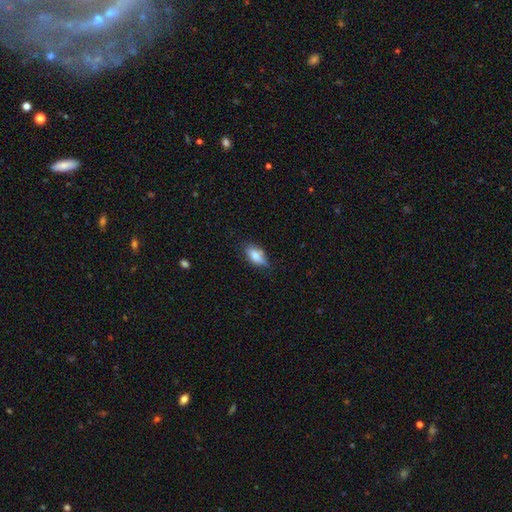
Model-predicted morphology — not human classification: smooth_or_featured: smooth (p=0.72) [alt: featured or disk p=0.20]
how_rounded: in between (p=0.83) [alt: cigar-shaped p=0.12]
merging: none (p=0.66) [alt: minor disturbance p=0.27]